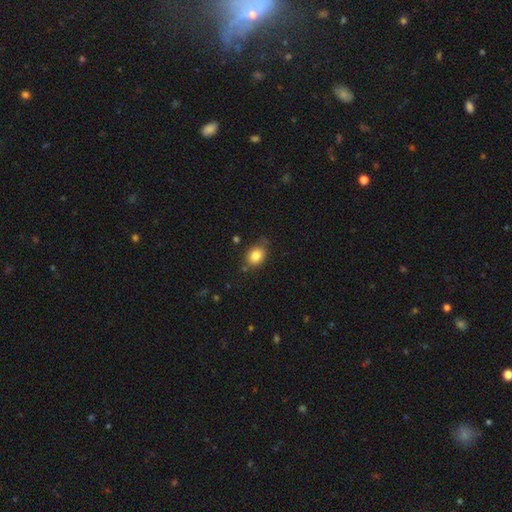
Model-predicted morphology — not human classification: type=smooth (83%); roundness=in between (55%); merging=none (71%).